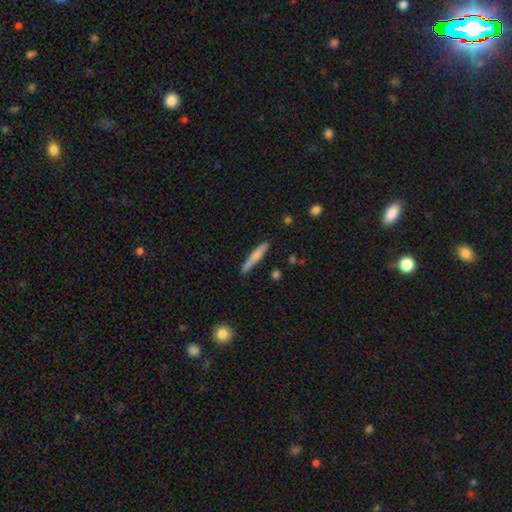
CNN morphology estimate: Smooth or featured? smooth (67%)
How rounded? cigar-shaped (93%)
Merging? none (77%)